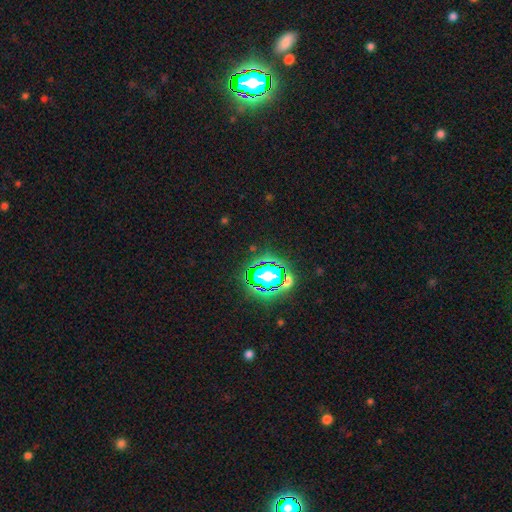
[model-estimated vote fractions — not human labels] Q: Smooth or featured?
A: star or artifact (79%); runner-up: smooth (13%)